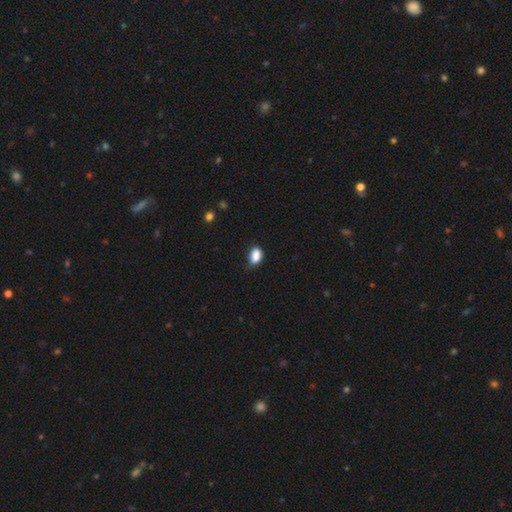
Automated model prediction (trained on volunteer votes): smooth-or-featured: smooth: 86% | star or artifact: 9% | featured or disk: 4%
  how-rounded: in between: 84% | round: 14% | cigar-shaped: 2%
  merging: none: 57% | minor disturbance: 32% | major disturbance: 7% | merger: 4%